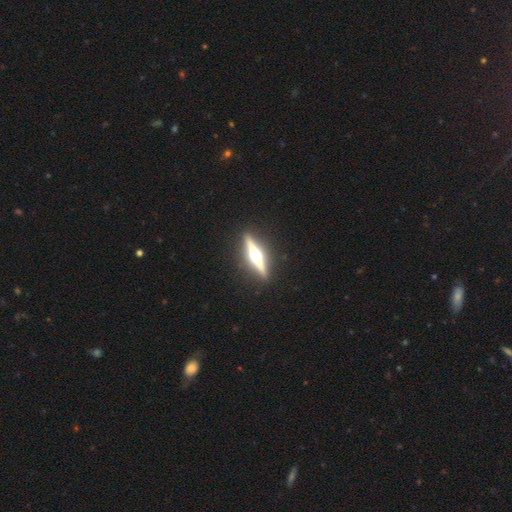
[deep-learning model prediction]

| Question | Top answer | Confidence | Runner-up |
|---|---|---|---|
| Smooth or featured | featured or disk | 83% | smooth (12%) |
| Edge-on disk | yes | 98% | no (2%) |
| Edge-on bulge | rounded | 96% | boxy (3%) |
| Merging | none | 91% | minor disturbance (6%) |